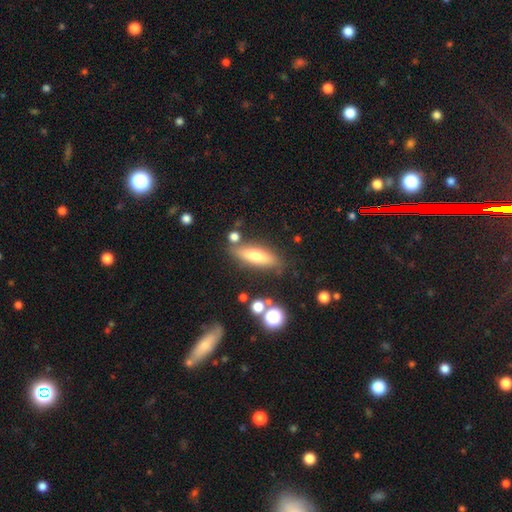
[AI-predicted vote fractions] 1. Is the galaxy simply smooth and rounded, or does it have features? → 63% smooth, 28% featured or disk, 8% star or artifact.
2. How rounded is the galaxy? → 57% cigar-shaped, 40% in between, 2% round.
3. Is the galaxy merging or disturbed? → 74% none, 15% minor disturbance, 7% merger, 4% major disturbance.